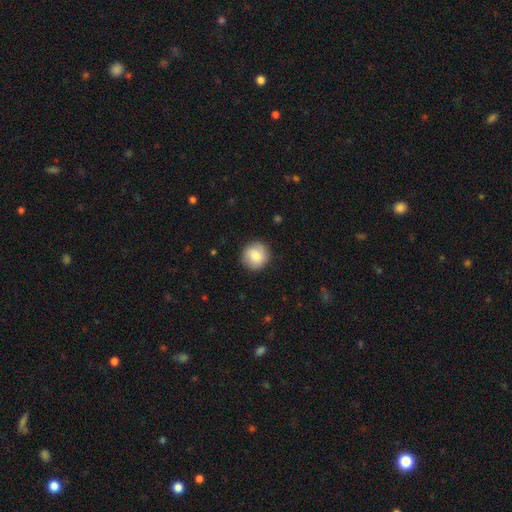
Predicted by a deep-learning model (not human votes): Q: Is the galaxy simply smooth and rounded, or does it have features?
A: smooth — 80%.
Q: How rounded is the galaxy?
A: round — 93%.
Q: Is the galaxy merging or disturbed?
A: none — 87%.